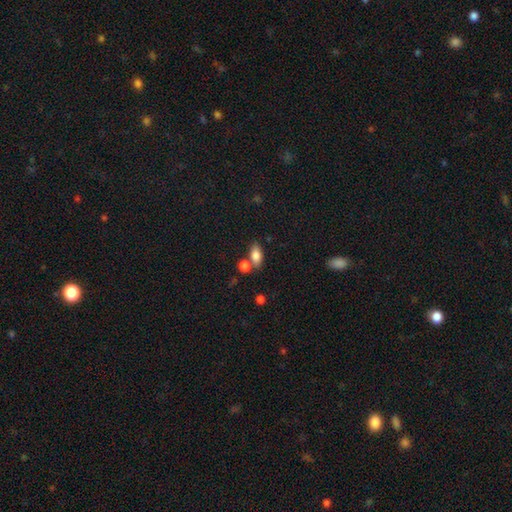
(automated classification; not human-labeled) smooth-or-featured: smooth: 81% | featured or disk: 11% | star or artifact: 9%
  how-rounded: in between: 86% | round: 8% | cigar-shaped: 6%
  merging: none: 62% | merger: 22% | minor disturbance: 12% | major disturbance: 4%